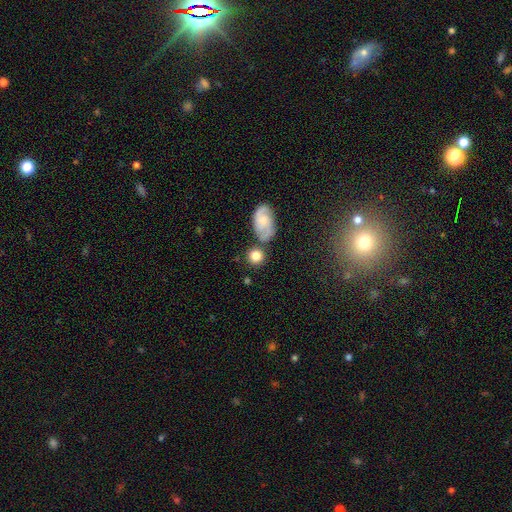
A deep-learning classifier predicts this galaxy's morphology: A smooth galaxy with no disk features (80%) that is round (85%). Merging: none (67%).